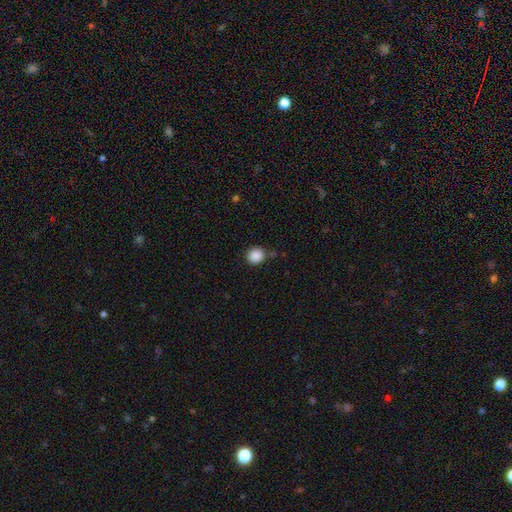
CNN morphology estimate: smooth_or_featured: smooth (p=0.88) [alt: star or artifact p=0.09]
how_rounded: round (p=0.89) [alt: in between p=0.10]
merging: none (p=0.79) [alt: minor disturbance p=0.13]